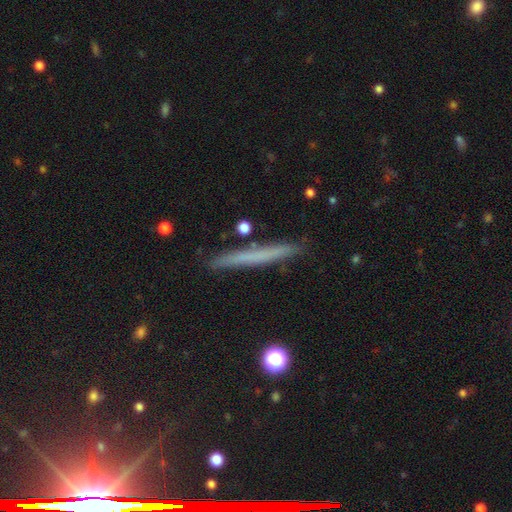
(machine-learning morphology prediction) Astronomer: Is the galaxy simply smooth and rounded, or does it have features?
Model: smooth — 54% (runner-up: featured or disk, 36%).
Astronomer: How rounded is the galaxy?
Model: cigar-shaped — 96%.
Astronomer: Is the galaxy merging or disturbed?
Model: none — 90%.